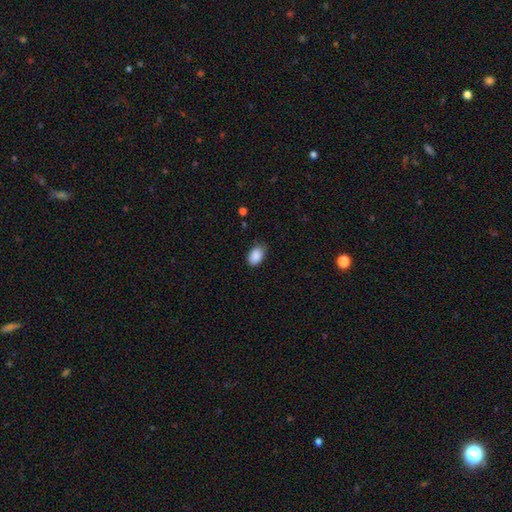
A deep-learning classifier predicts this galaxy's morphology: A smooth galaxy with no disk features (89%) that is in between round and cigar-shaped (88%). Merging: none (78%).